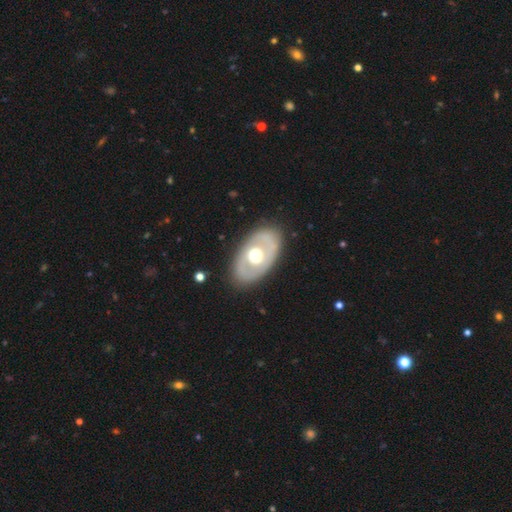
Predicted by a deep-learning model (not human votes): A featured or disk galaxy (58%) with no bar (87%), no spiral arms (85%) and a moderate central bulge (60%). Merging: none (82%).